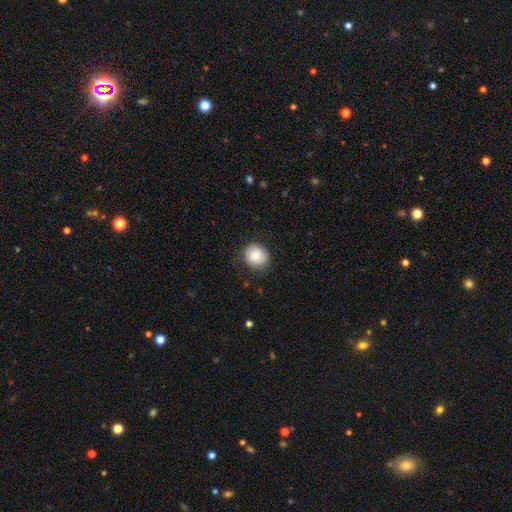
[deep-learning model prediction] Q: Smooth or featured?
A: smooth (76%); runner-up: featured or disk (16%)
Q: How rounded?
A: round (84%); runner-up: in between (16%)
Q: Merging?
A: none (82%); runner-up: minor disturbance (14%)